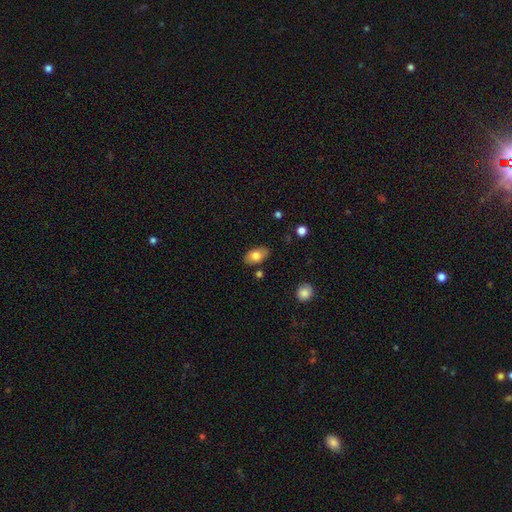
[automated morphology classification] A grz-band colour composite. It shows a smooth galaxy with no disk features (77%) that is in between round and cigar-shaped (91%). Merging: none (82%).